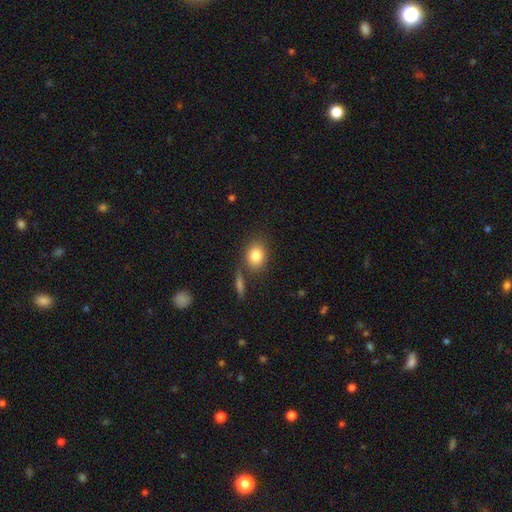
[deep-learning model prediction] A smooth galaxy with no disk features (82%) that is in between round and cigar-shaped (52%).

Vote fractions:
- Smooth or featured? smooth: 82% / star or artifact: 9% / featured or disk: 9%
- How rounded? in between: 52% / round: 46% / cigar-shaped: 2%
- Merging? none: 73% / minor disturbance: 12% / merger: 11% / major disturbance: 4%